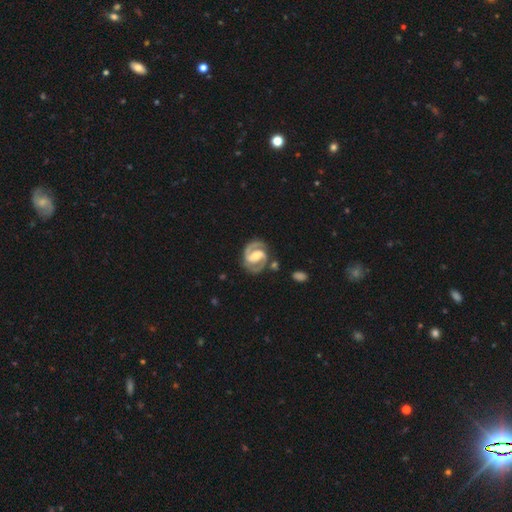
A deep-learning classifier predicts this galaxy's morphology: A featured or disk galaxy (92%) with a strong bar (48%), 2 (93%) medium (51%) spiral arms (98%) and a moderate central bulge (61%). Merging: none (80%).